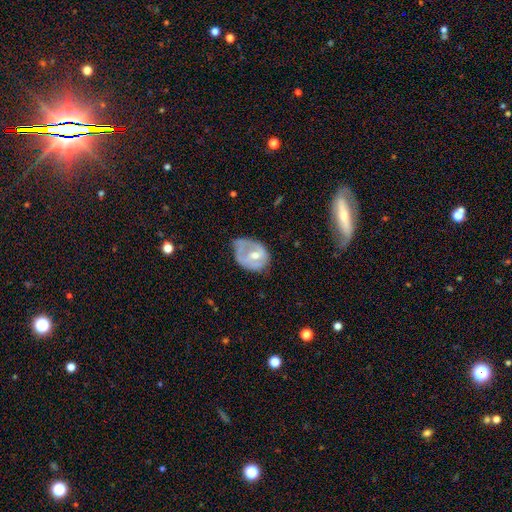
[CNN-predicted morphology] Q: Smooth or featured?
A: featured or disk (58%); runner-up: smooth (35%)
Q: Edge-on disk?
A: no (95%); runner-up: yes (5%)
Q: Bar?
A: no (46%); runner-up: weak (36%)
Q: Spiral arms?
A: no (55%); runner-up: yes (45%)
Q: Bulge size?
A: moderate (58%); runner-up: small (37%)
Q: Merging?
A: none (36%); runner-up: minor disturbance (35%)